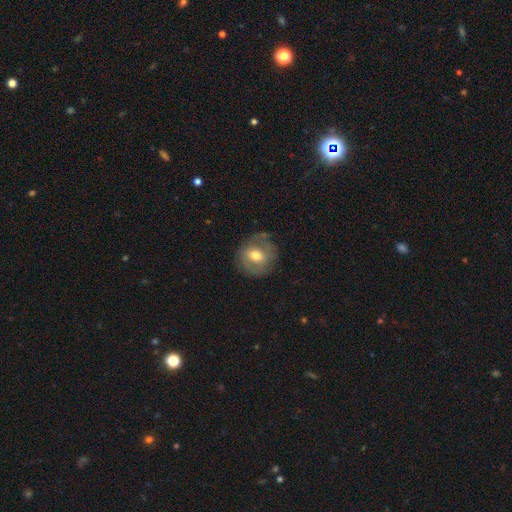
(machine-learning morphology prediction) This is possibly a smooth galaxy (56%). How rounded: clearly round (82%). Merging: likely none (72%).